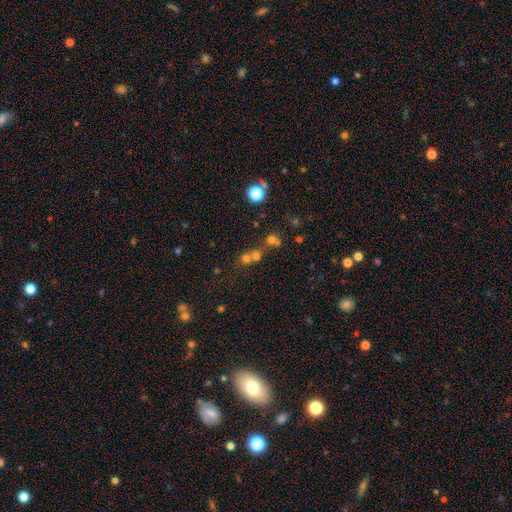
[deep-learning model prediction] smooth_or_featured: smooth (p=0.54) [alt: star or artifact p=0.32]
how_rounded: round (p=0.86) [alt: in between p=0.12]
merging: none (p=0.47) [alt: merger p=0.43]